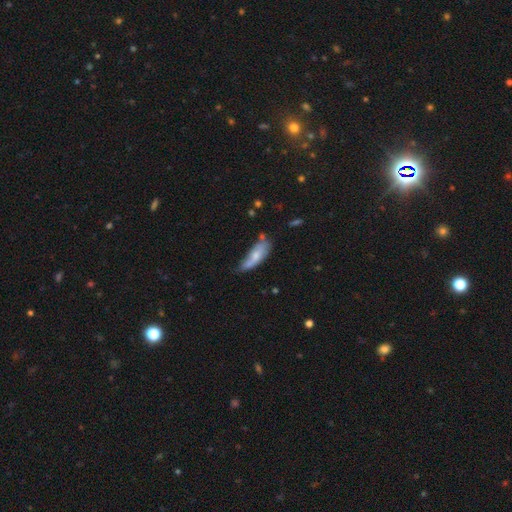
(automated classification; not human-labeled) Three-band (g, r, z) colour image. It shows a smooth galaxy with no disk features (63%) that is in between round and cigar-shaped (64%). Merging: minor disturbance (39%).